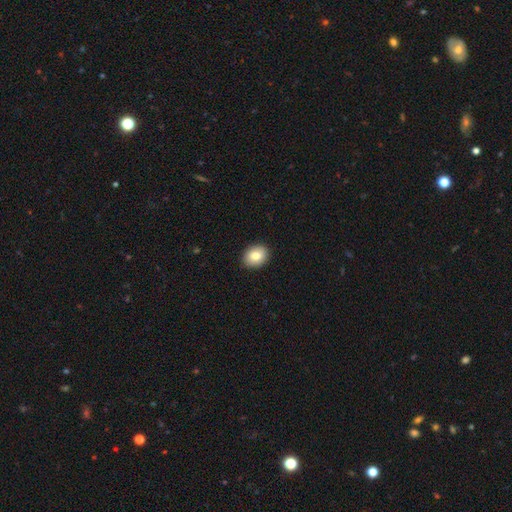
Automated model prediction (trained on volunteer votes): smooth_or_featured: smooth (p=0.81) [alt: featured or disk p=0.10]
how_rounded: round (p=0.50) [alt: in between p=0.49]
merging: none (p=0.91) [alt: minor disturbance p=0.06]